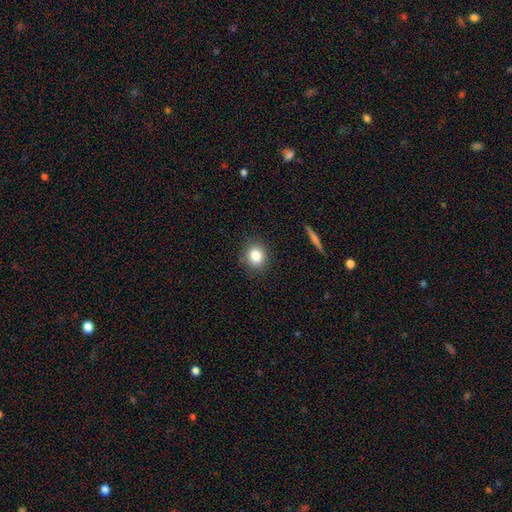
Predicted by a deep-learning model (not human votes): Morphology: type=smooth (82%); roundness=round (77%); merging=none (88%).